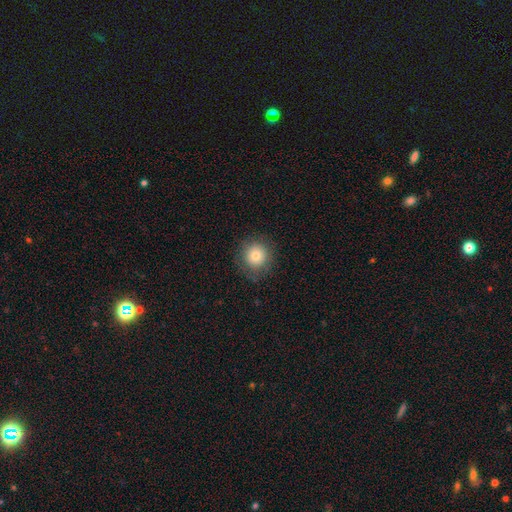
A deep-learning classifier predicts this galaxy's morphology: Smooth or featured?
  - smooth: 78% *
  - featured or disk: 11%
  - star or artifact: 11%
How rounded?
  - round: 92% *
  - in between: 7%
  - cigar-shaped: 1%
Merging?
  - none: 85% *
  - minor disturbance: 10%
  - major disturbance: 4%
  - merger: 1%